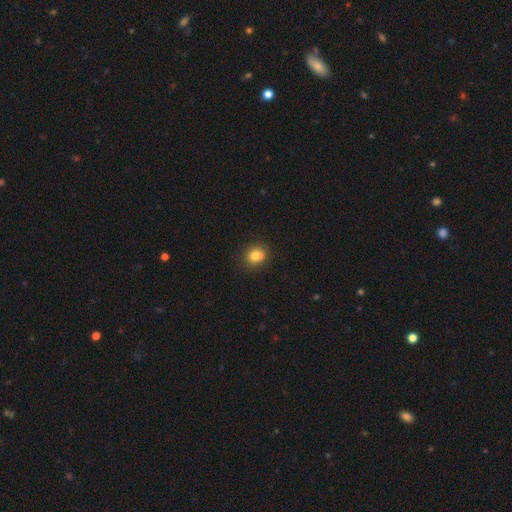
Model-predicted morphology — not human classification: Smooth or featured? smooth (75%)
How rounded? round (69%)
Merging? none (50%)